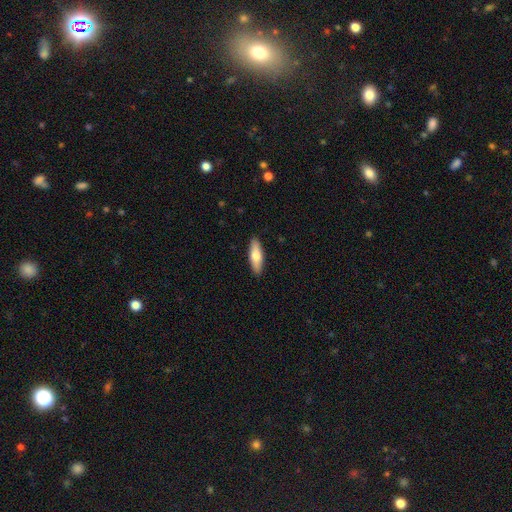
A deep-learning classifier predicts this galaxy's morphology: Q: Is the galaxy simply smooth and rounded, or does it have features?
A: smooth — 68%.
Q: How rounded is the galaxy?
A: in between — 50%.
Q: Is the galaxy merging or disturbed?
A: none — 90%.